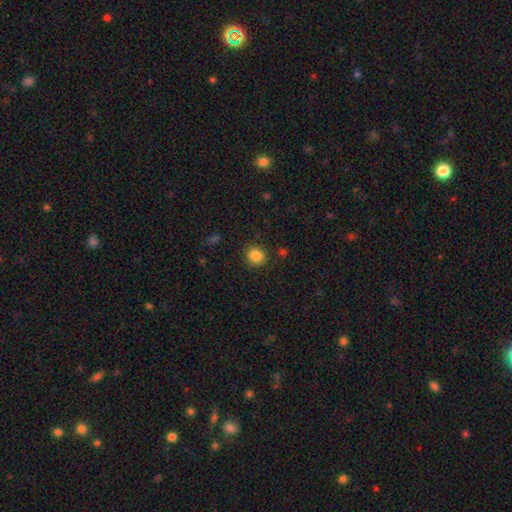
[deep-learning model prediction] The model was most divided on "how rounded": round: 86%, in between: 13%, cigar-shaped: 1%. More confident: merging — none (88%); smooth or featured — smooth (85%).